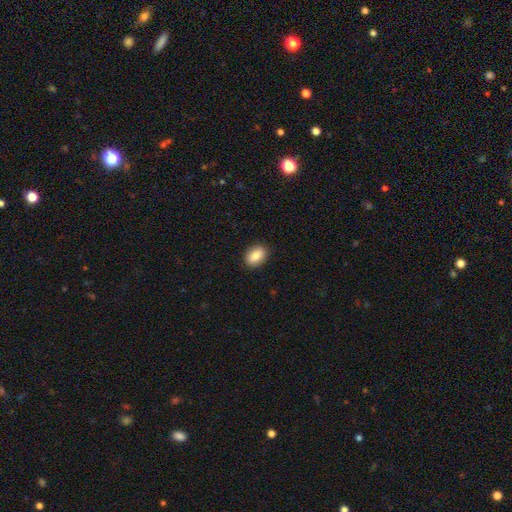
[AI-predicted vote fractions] smooth_or_featured: smooth (p=0.83) [alt: featured or disk p=0.09]
how_rounded: in between (p=0.77) [alt: round p=0.21]
merging: none (p=0.90) [alt: minor disturbance p=0.07]